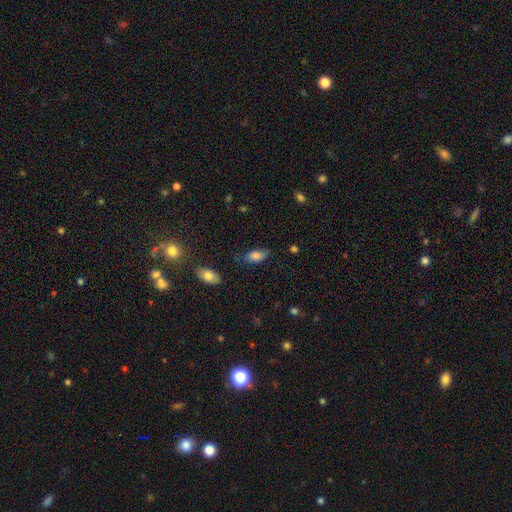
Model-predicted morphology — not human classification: The model was most divided on "merging": none: 62%, minor disturbance: 28%, major disturbance: 7%, merger: 3%. More confident: how rounded — in between (91%); smooth or featured — smooth (79%).